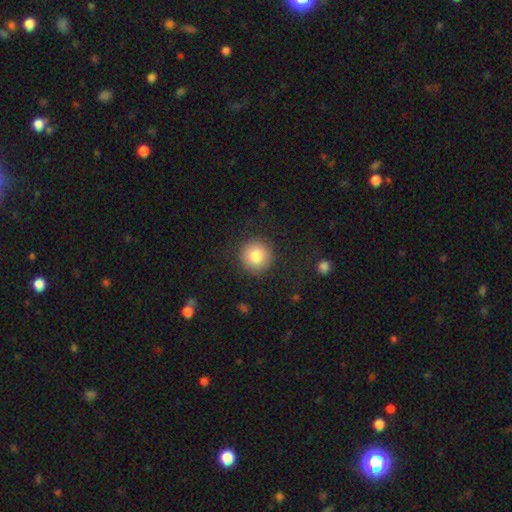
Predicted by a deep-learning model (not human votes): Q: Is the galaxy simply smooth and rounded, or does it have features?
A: smooth — 83%.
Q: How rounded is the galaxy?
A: round — 95%.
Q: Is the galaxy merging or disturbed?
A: none — 89%.